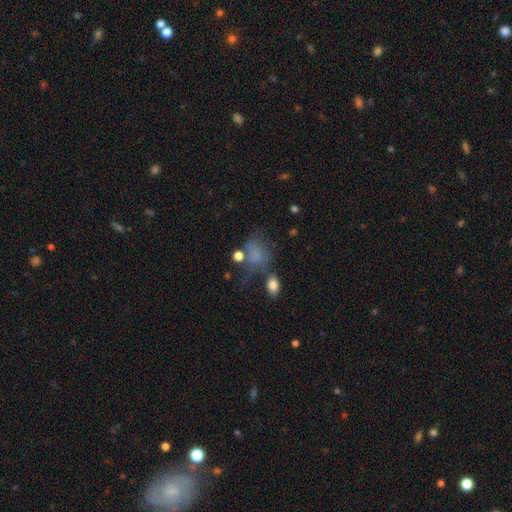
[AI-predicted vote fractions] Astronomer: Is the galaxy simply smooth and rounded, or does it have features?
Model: smooth — 65%.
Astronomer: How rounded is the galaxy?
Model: in between — 60% (runner-up: round, 38%).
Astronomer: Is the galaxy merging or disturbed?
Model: none — 33% (runner-up: major disturbance, 29%).